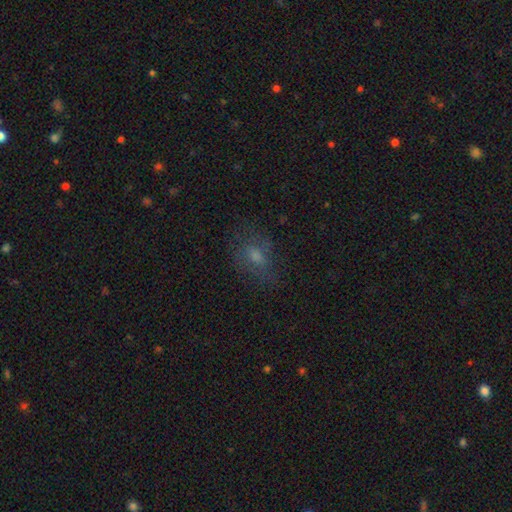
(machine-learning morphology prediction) smooth-or-featured: smooth: 47% | featured or disk: 32% | star or artifact: 21%
  merging: none: 66% | minor disturbance: 19% | major disturbance: 13% | merger: 2%